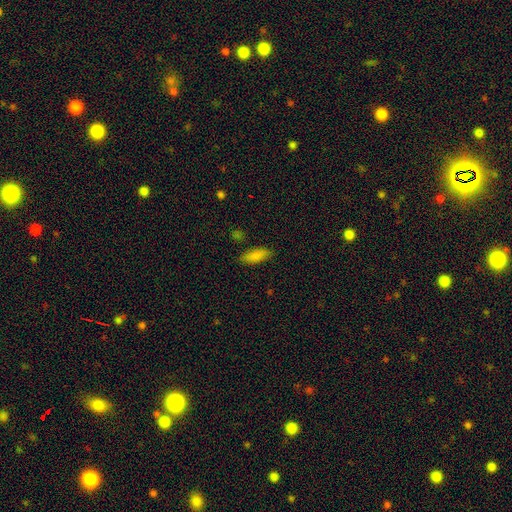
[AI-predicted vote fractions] Morphology: type=smooth (84%); roundness=in between (71%); merging=none (85%).